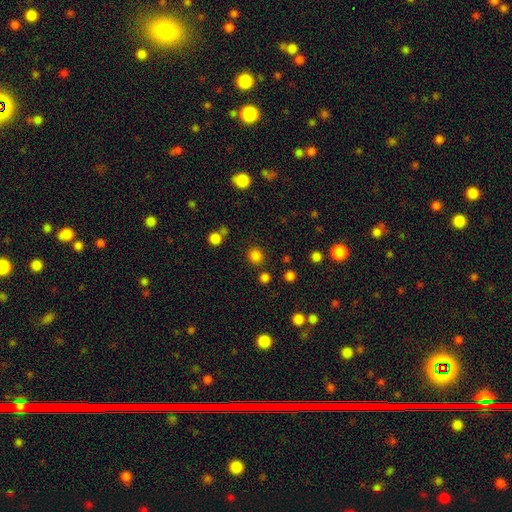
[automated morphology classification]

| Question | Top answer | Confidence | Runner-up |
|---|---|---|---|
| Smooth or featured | smooth | 81% | star or artifact (15%) |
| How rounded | round | 91% | in between (8%) |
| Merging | none | 85% | minor disturbance (7%) |